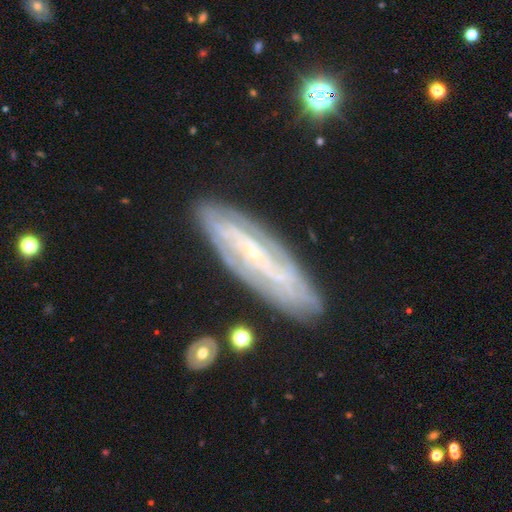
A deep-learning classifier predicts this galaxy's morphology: Overall: featured or disk (80%). Edge-on disk: no (79%). Bar: weak (37%; no 34%). Spiral arms: yes (90%). Spiral arm count: 2 (50%; can't tell 30%). Spiral winding: tight (43%; medium 37%). Bulge size: small (81%). Merging: none (82%).